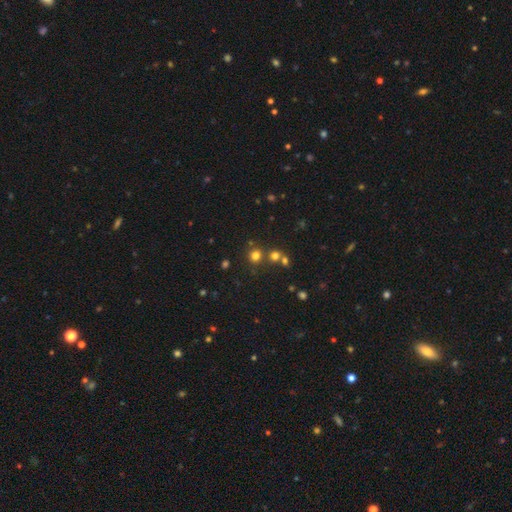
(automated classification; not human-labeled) Smooth or featured?
  - smooth: 72% *
  - star or artifact: 22%
  - featured or disk: 6%
How rounded?
  - round: 90% *
  - in between: 9%
  - cigar-shaped: 1%
Merging?
  - none: 74% *
  - merger: 16%
  - minor disturbance: 7%
  - major disturbance: 3%